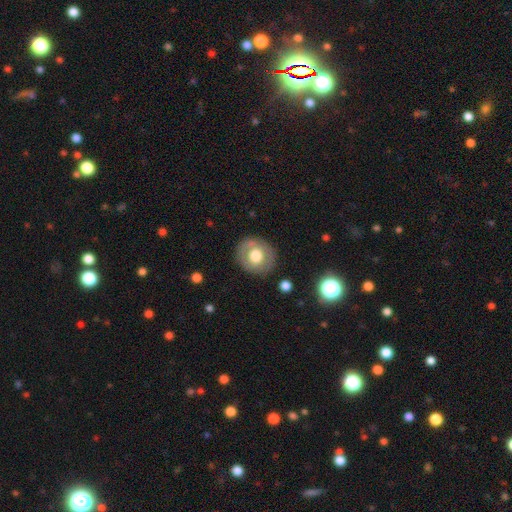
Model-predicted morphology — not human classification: A smooth galaxy with no disk features (62%) that is round (83%). Merging: none (84%).